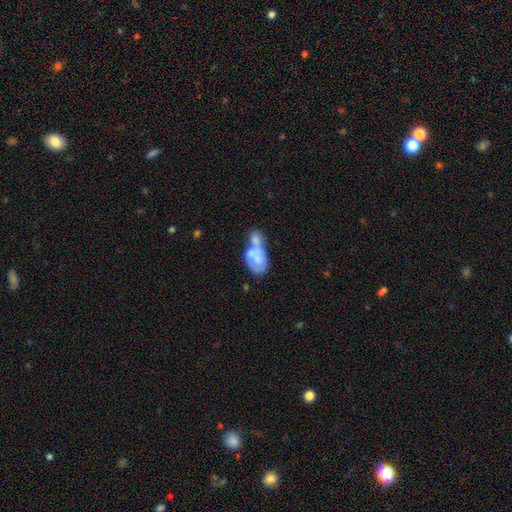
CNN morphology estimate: Smooth or featured: smooth — 47% (featured or disk — 46%)
Merging: merger — 63% (none — 14%)